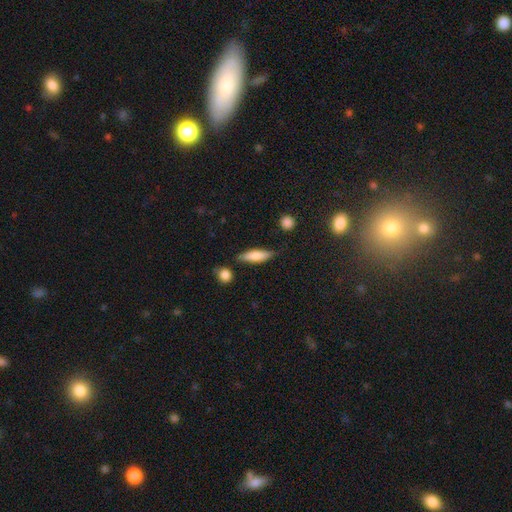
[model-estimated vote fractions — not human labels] The model was most divided on "how rounded": cigar-shaped: 60%, in between: 38%, round: 3%. More confident: merging — none (77%); smooth or featured — smooth (67%).